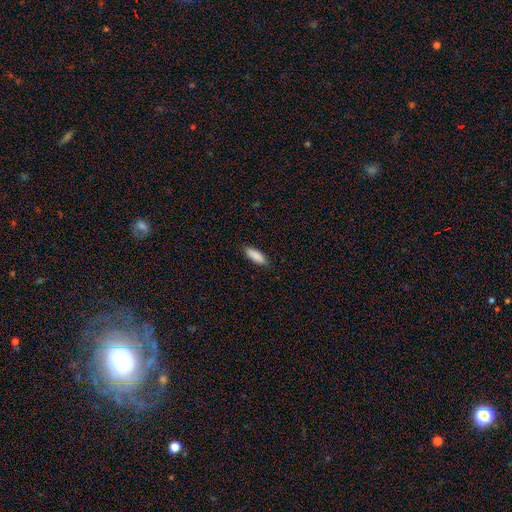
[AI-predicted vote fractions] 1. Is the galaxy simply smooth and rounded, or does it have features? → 89% smooth, 6% star or artifact, 5% featured or disk.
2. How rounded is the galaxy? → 65% in between, 33% cigar-shaped, 2% round.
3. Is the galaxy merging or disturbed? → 85% none, 12% minor disturbance, 2% major disturbance, 1% merger.